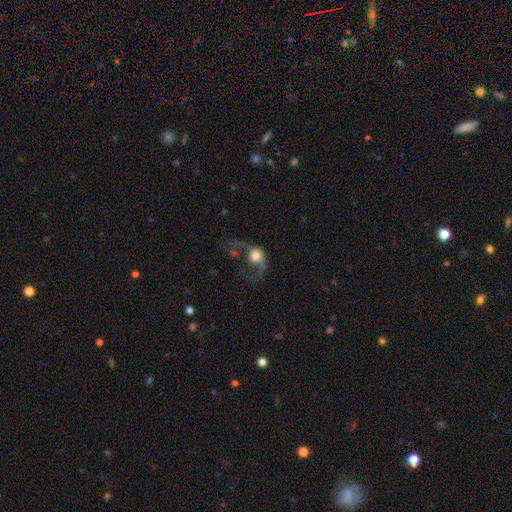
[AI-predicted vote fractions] Overall: smooth (59%; featured or disk 32%). How rounded: round (67%; in between 31%). Merging: major disturbance (58%; none 19%).